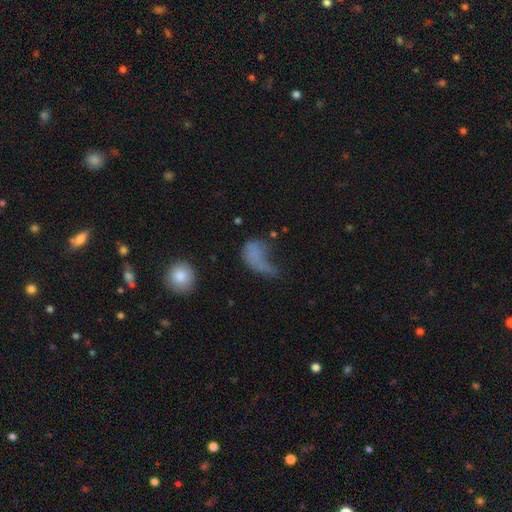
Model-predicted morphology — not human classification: Smooth or featured? smooth (62%)
How rounded? in between (66%)
Merging? major disturbance (59%)